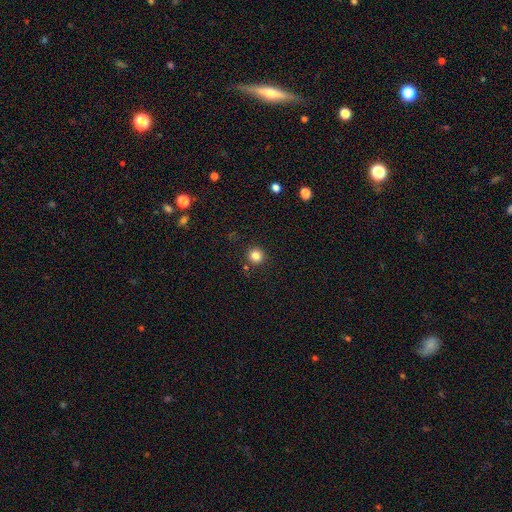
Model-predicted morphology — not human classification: smooth-or-featured: smooth: 83% | star or artifact: 12% | featured or disk: 5%
  how-rounded: round: 94% | in between: 5% | cigar-shaped: 1%
  merging: none: 89% | minor disturbance: 6% | merger: 3% | major disturbance: 2%